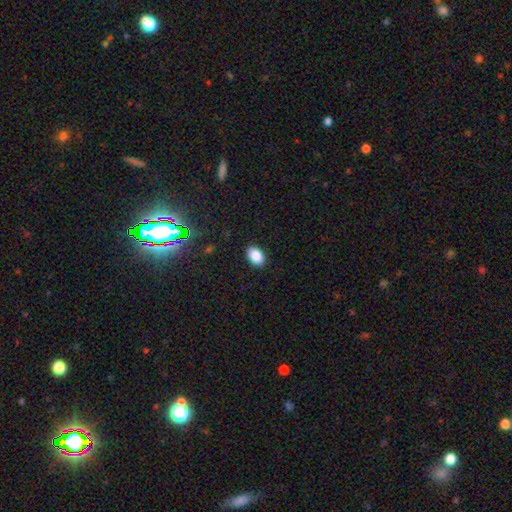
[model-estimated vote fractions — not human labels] A smooth galaxy with no disk features (87%) that is in between round and cigar-shaped (89%).

Vote fractions:
- Smooth or featured? smooth: 87% / star or artifact: 8% / featured or disk: 5%
- How rounded? in between: 89% / round: 10% / cigar-shaped: 1%
- Merging? none: 89% / minor disturbance: 8% / major disturbance: 2% / merger: 1%